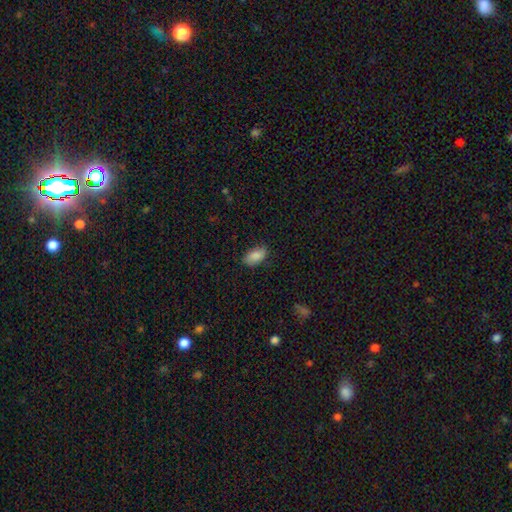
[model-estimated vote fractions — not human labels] This is clearly a smooth galaxy (87%). How rounded: clearly in between (93%). Merging: likely none (80%).